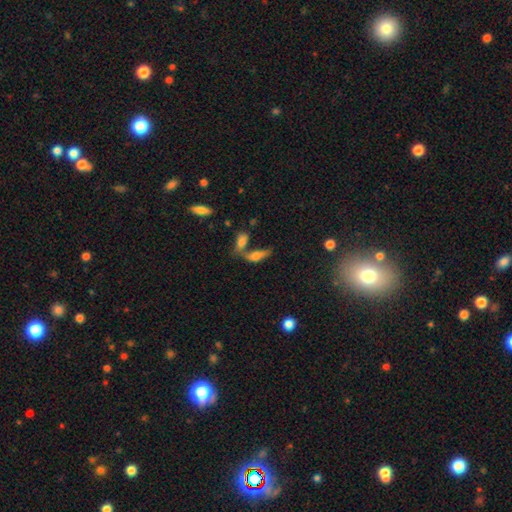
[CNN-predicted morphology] Smooth or featured?
  - smooth: 64% *
  - featured or disk: 24%
  - star or artifact: 12%
How rounded?
  - in between: 65% *
  - cigar-shaped: 30%
  - round: 5%
Merging?
  - merger: 46% *
  - none: 32%
  - minor disturbance: 12%
  - major disturbance: 9%